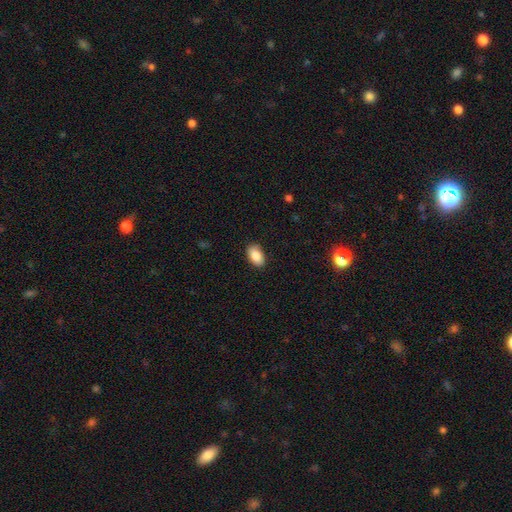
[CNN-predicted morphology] smooth 87%, star or artifact 7%, featured or disk 6%. Down the decision tree: how rounded — in between (93%); merging — none (87%).